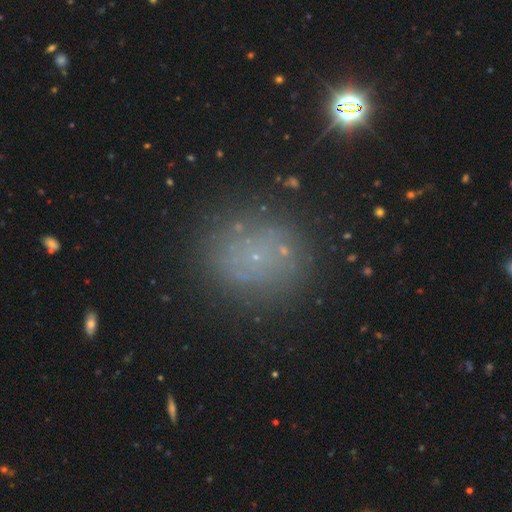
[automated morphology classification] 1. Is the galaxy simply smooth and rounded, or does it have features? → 46% smooth, 30% star or artifact, 24% featured or disk.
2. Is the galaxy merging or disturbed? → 78% none, 12% minor disturbance, 6% major disturbance, 3% merger.